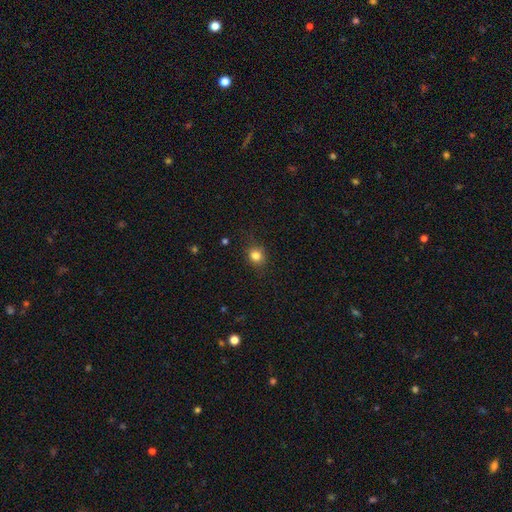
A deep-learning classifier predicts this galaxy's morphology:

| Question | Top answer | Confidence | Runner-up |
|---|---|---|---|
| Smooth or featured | smooth | 82% | star or artifact (12%) |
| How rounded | round | 75% | in between (24%) |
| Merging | none | 83% | minor disturbance (12%) |